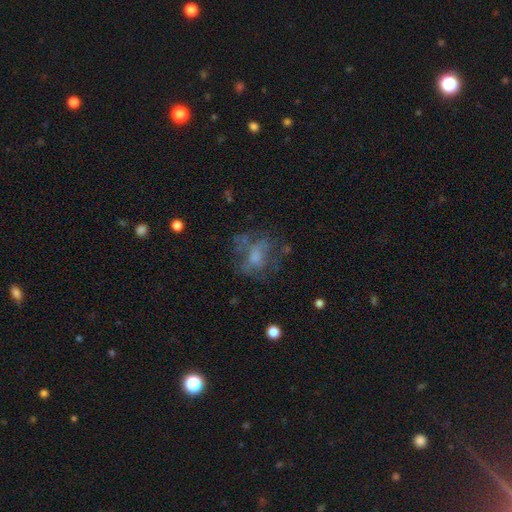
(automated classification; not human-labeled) Smooth or featured?
  - featured or disk: 44% *
  - smooth: 42%
  - star or artifact: 15%
Merging?
  - none: 48% *
  - major disturbance: 28%
  - minor disturbance: 19%
  - merger: 5%